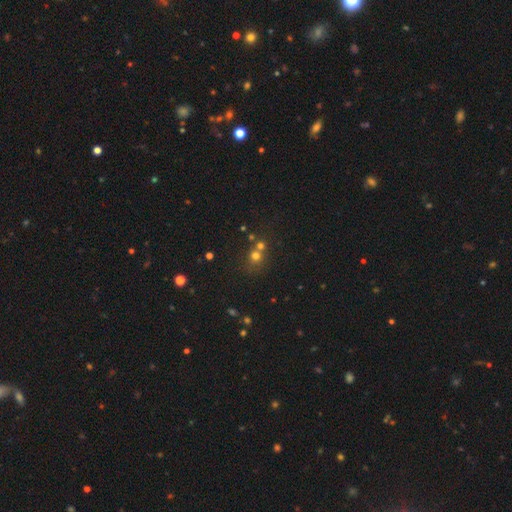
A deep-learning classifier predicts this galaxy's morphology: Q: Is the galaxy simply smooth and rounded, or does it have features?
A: smooth — 65%.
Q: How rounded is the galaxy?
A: round — 84%.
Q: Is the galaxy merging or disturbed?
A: none — 48%.